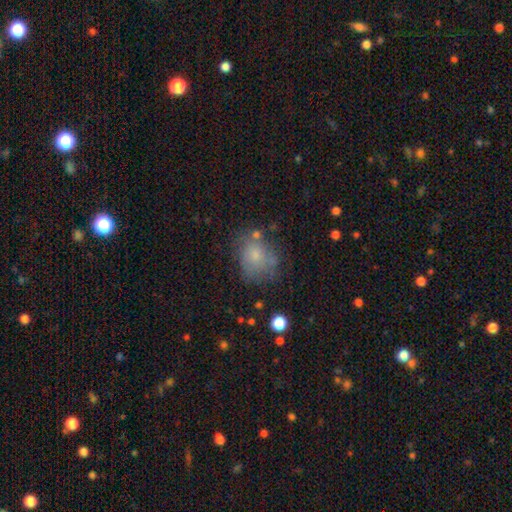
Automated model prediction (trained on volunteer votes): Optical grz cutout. It shows a smooth galaxy with no disk features (68%) that is round (58%). Merging: none (52%).